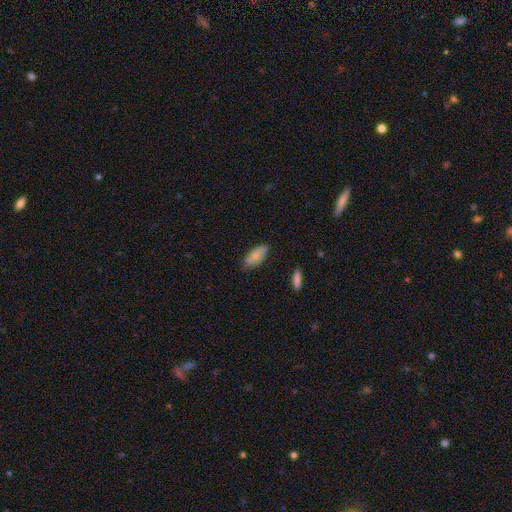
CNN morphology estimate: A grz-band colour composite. It shows a smooth galaxy with no disk features (71%) that is in between round and cigar-shaped (88%). Merging: none (67%).